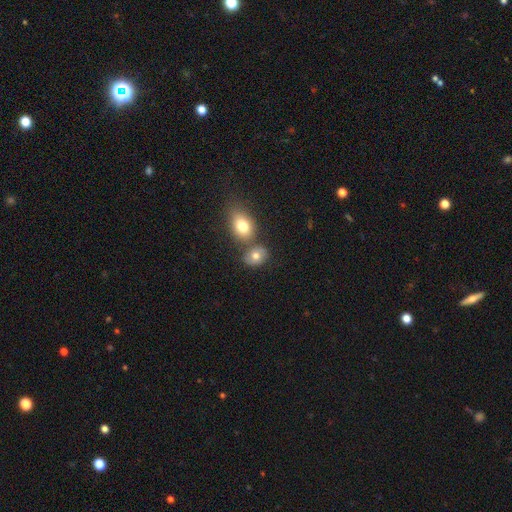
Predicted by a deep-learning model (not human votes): smooth-or-featured: smooth: 74% | featured or disk: 15% | star or artifact: 11%
  how-rounded: in between: 55% | round: 44% | cigar-shaped: 1%
  merging: none: 57% | merger: 26% | minor disturbance: 12% | major disturbance: 4%